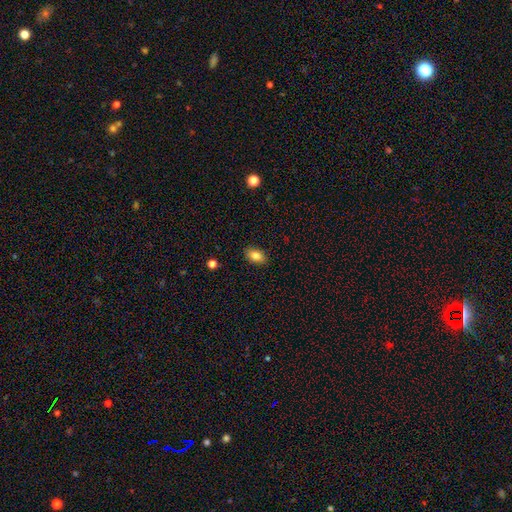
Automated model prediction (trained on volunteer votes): Overall: smooth (84%). How rounded: in between (89%). Merging: none (88%).